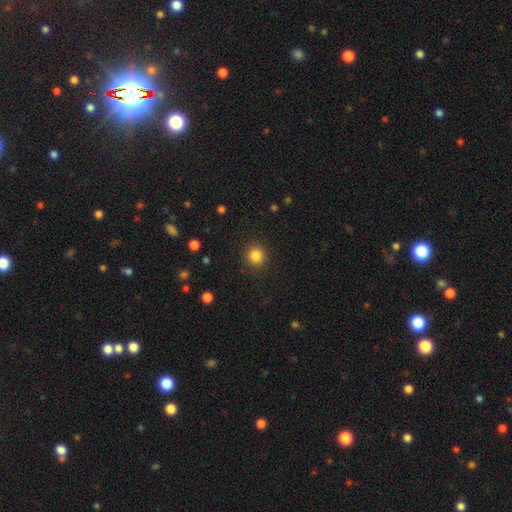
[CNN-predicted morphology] smooth_or_featured: smooth (p=0.84) [alt: star or artifact p=0.11]
how_rounded: round (p=0.90) [alt: in between p=0.09]
merging: none (p=0.90) [alt: minor disturbance p=0.06]